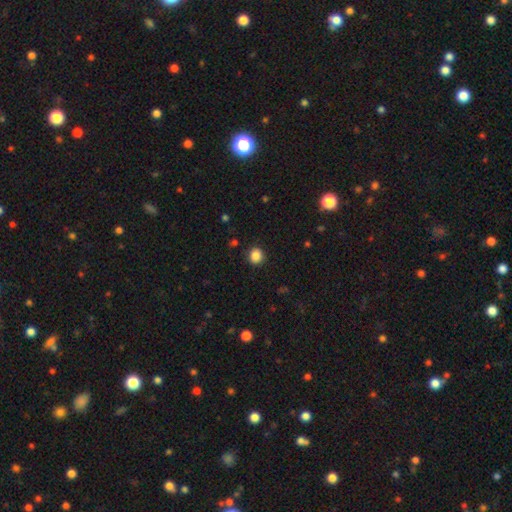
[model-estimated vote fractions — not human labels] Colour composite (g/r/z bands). It shows a smooth galaxy with no disk features (86%) that is round (85%). Merging: none (91%).